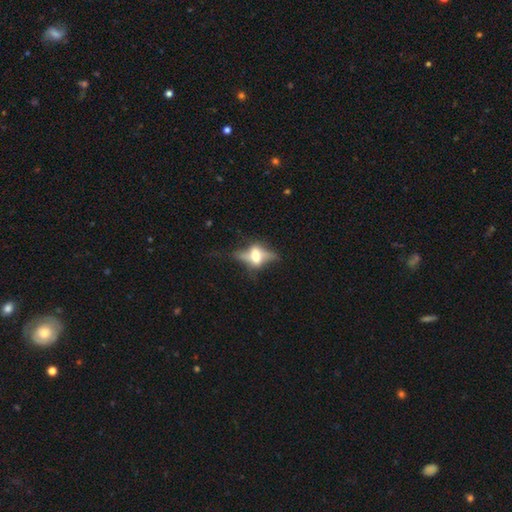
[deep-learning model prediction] This is likely a featured or disk galaxy (62%). It is likely viewed edge-on (73%). Merging: possibly none (51%).